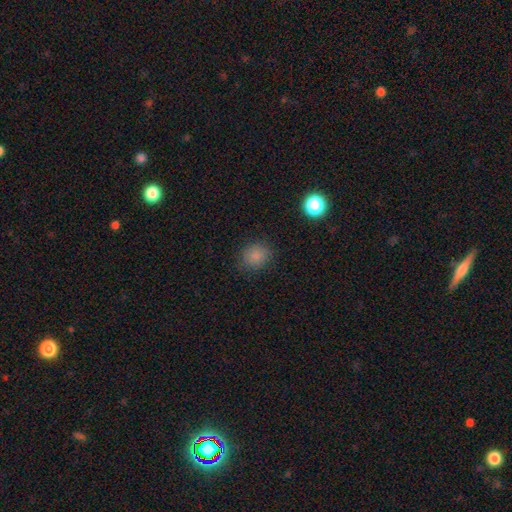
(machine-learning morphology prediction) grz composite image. It shows a smooth galaxy with no disk features (83%) that is round (77%). Merging: none (85%).